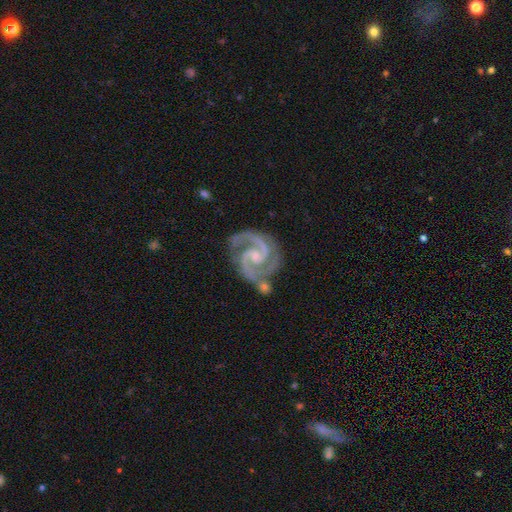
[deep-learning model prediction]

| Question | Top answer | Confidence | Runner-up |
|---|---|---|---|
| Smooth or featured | featured or disk | 94% | star or artifact (4%) |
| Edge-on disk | no | 98% | yes (2%) |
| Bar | no | 50% | weak (37%) |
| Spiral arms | yes | 99% | no (1%) |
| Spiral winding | medium | 53% | tight (42%) |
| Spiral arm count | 2 | 91% | 3 (5%) |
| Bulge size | small | 67% | moderate (22%) |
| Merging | none | 66% | minor disturbance (18%) |